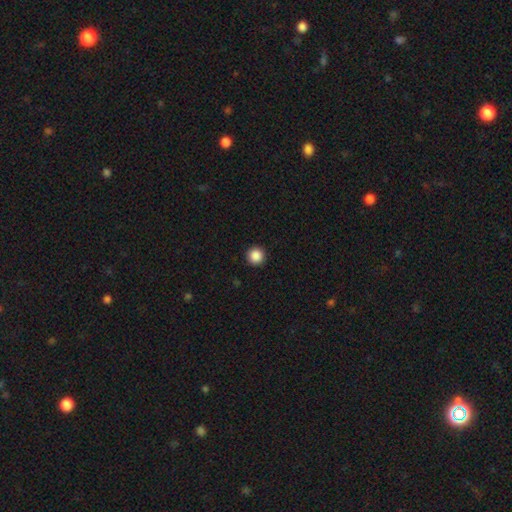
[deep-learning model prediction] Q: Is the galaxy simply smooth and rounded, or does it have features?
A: smooth — 88%.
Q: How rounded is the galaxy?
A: round — 96%.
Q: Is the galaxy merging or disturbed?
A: none — 93%.